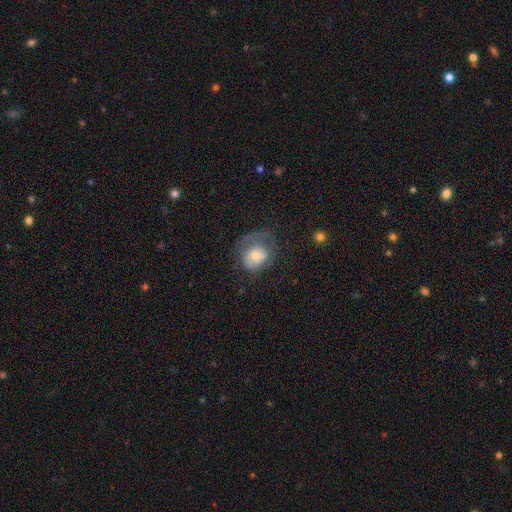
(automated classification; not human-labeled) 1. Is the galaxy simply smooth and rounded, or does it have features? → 52% smooth, 40% featured or disk, 9% star or artifact.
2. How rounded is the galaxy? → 56% round, 43% in between, 1% cigar-shaped.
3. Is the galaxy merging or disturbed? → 37% none, 34% major disturbance, 26% minor disturbance, 3% merger.